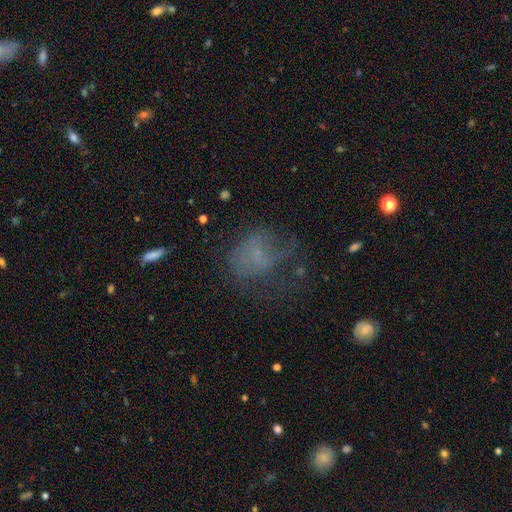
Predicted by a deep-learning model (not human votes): This is marginally a smooth galaxy (44%). Merging: marginally major disturbance (40%).